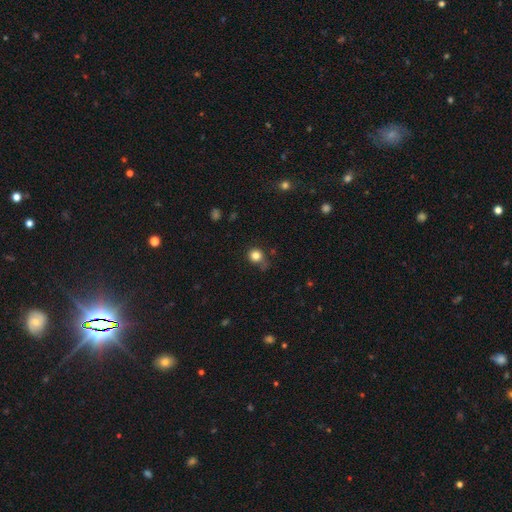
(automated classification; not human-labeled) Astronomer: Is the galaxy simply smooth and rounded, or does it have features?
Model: smooth — 82%.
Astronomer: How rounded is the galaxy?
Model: round — 86%.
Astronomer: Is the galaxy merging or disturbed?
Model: none — 66%.